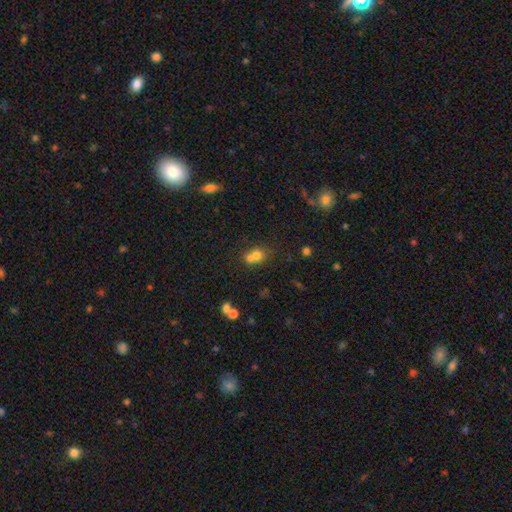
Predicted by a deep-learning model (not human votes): Overall: smooth (70%). How rounded: round (71%). Merging: merger (54%; none 35%).